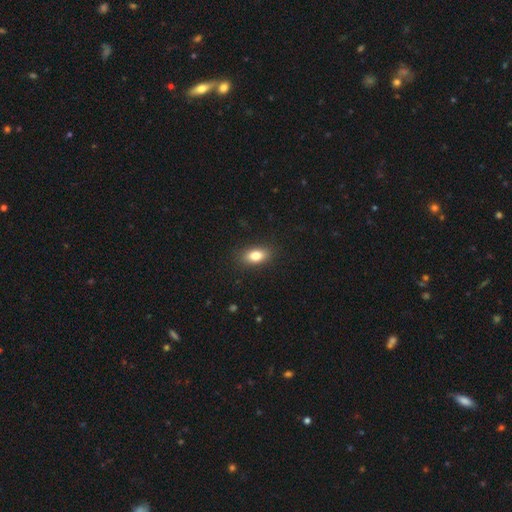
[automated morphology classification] A smooth galaxy with no disk features (82%) that is in between round and cigar-shaped (87%).

Vote fractions:
- Smooth or featured? smooth: 82% / featured or disk: 9% / star or artifact: 8%
- How rounded? in between: 87% / round: 9% / cigar-shaped: 4%
- Merging? none: 88% / minor disturbance: 9% / major disturbance: 2% / merger: 1%